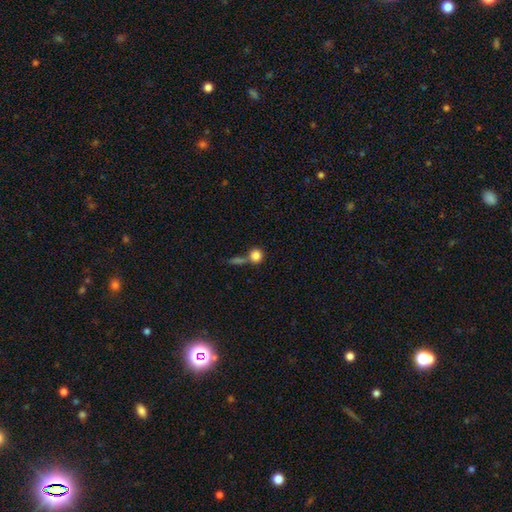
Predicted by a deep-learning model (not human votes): smooth-or-featured: smooth: 83% | star or artifact: 10% | featured or disk: 7%
  how-rounded: round: 87% | in between: 11% | cigar-shaped: 2%
  merging: none: 52% | merger: 32% | minor disturbance: 10% | major disturbance: 6%